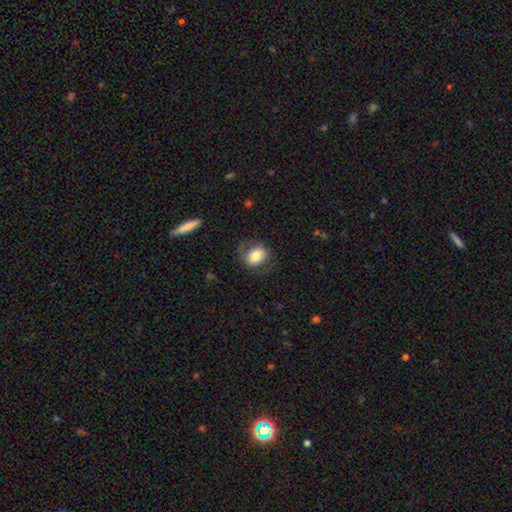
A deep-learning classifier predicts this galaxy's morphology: A smooth galaxy with no disk features (70%) that is in between round and cigar-shaped (60%).

Vote fractions:
- Smooth or featured? smooth: 70% / featured or disk: 23% / star or artifact: 7%
- How rounded? in between: 60% / round: 39% / cigar-shaped: 1%
- Merging? none: 69% / minor disturbance: 18% / major disturbance: 12% / merger: 1%